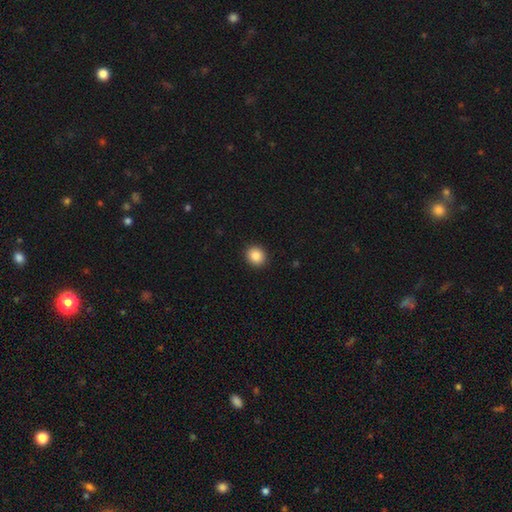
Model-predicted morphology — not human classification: Smooth or featured?
  - smooth: 86% *
  - star or artifact: 9%
  - featured or disk: 4%
How rounded?
  - round: 81% *
  - in between: 18%
  - cigar-shaped: 1%
Merging?
  - none: 92% *
  - minor disturbance: 5%
  - major disturbance: 2%
  - merger: 1%